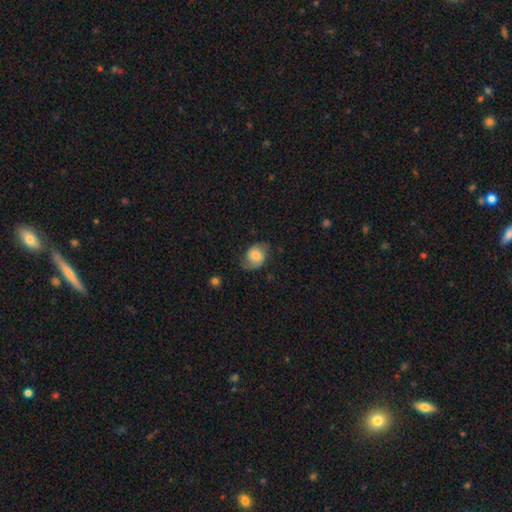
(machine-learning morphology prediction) Smooth or featured? Predicted: smooth (p=0.60). How rounded? Predicted: round (p=0.53). Merging? Predicted: none (p=0.59).